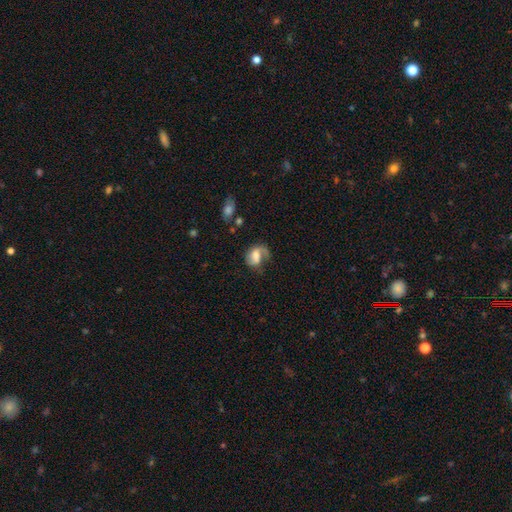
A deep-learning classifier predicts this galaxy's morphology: Smooth or featured? featured or disk (59%)
Edge-on disk? no (97%)
Bar? no (44%)
Spiral arms? yes (87%)
Spiral winding? loose (41%)
Spiral arm count? 1 (51%)
Bulge size? moderate (41%)
Merging? none (44%)